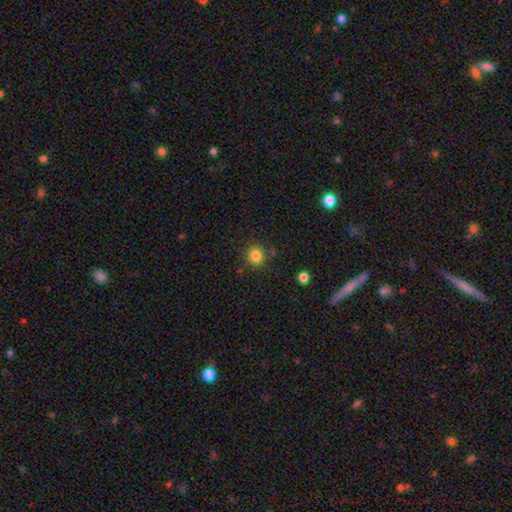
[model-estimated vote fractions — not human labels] Smooth or featured: smooth — 83% (star or artifact — 12%)
How rounded: round — 90% (in between — 9%)
Merging: none — 83% (minor disturbance — 10%)